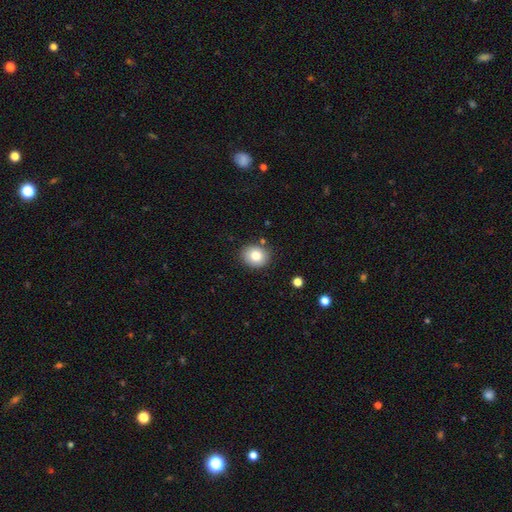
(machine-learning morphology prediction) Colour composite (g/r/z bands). It shows a smooth galaxy with no disk features (81%) that is round (66%). Merging: none (85%).